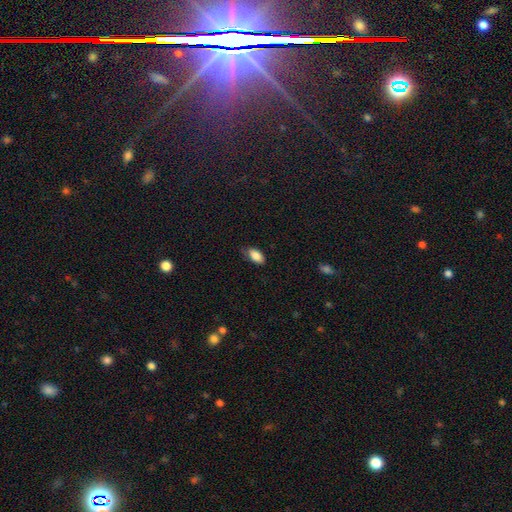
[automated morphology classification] This appears to be a smooth galaxy with no disk features (86%) that is in between round and cigar-shaped (92%). Merging: none (69%).